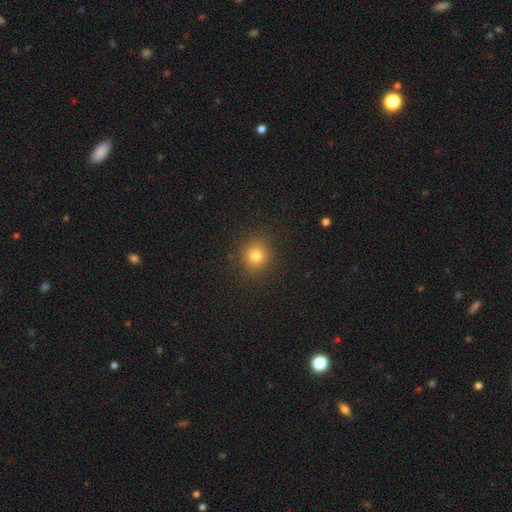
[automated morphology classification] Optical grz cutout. It shows a smooth galaxy with no disk features (79%) that is round (88%). Merging: none (89%).